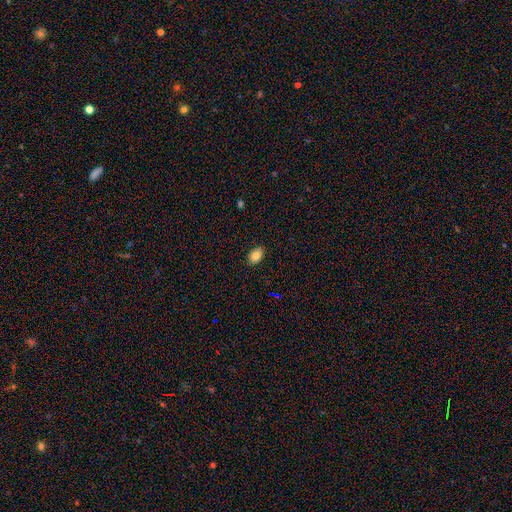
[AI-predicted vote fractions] smooth 84%, star or artifact 9%, featured or disk 7%. Down the decision tree: how rounded — in between (85%); merging — none (88%).